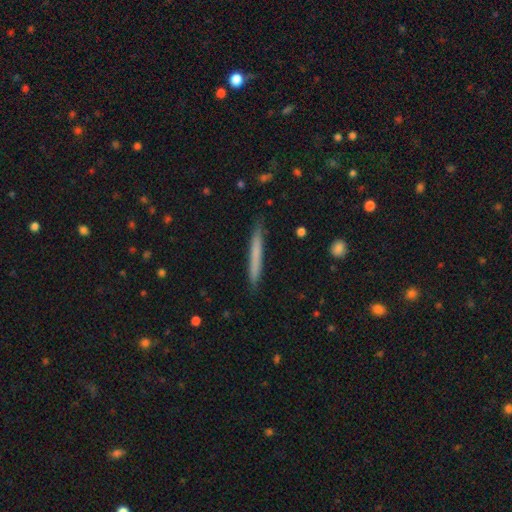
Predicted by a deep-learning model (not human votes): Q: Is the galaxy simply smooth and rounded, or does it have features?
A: smooth — 67%.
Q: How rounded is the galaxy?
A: cigar-shaped — 97%.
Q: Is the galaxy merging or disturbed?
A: none — 89%.